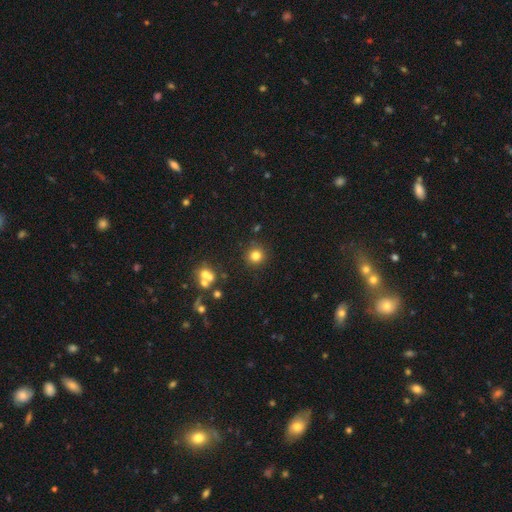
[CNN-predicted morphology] A smooth galaxy with no disk features (79%) that is round (94%).

Vote fractions:
- Smooth or featured? smooth: 79% / star or artifact: 14% / featured or disk: 7%
- How rounded? round: 94% / in between: 5% / cigar-shaped: 1%
- Merging? none: 88% / minor disturbance: 6% / merger: 3% / major disturbance: 3%